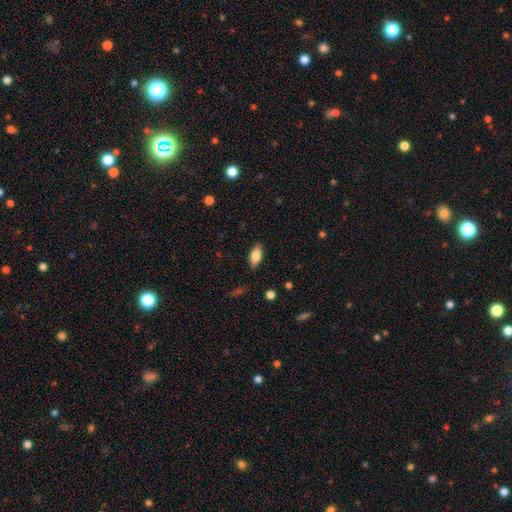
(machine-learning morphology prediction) A smooth galaxy with no disk features (76%) that is in between round and cigar-shaped (84%).

Vote fractions:
- Smooth or featured? smooth: 76% / featured or disk: 17% / star or artifact: 7%
- How rounded? in between: 84% / cigar-shaped: 13% / round: 3%
- Merging? none: 86% / minor disturbance: 10% / major disturbance: 2% / merger: 1%